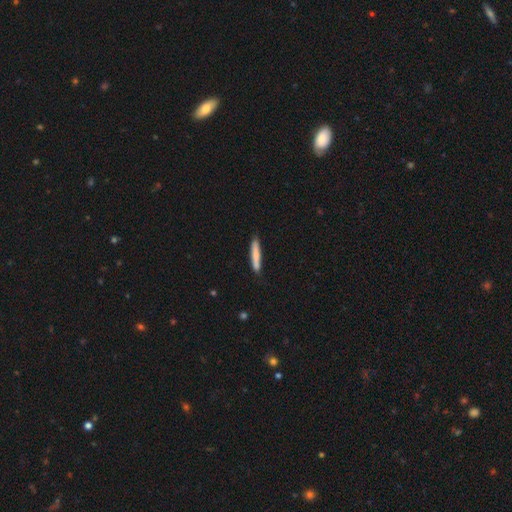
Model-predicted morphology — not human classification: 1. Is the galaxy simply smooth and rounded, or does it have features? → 77% smooth, 18% featured or disk, 6% star or artifact.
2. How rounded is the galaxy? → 93% cigar-shaped, 6% in between, 1% round.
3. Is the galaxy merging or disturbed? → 85% none, 12% minor disturbance, 2% major disturbance, 2% merger.